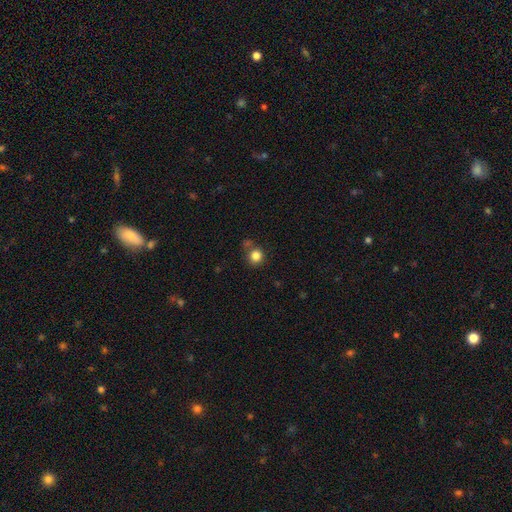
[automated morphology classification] Overall: smooth (83%). How rounded: round (90%). Merging: none (70%).